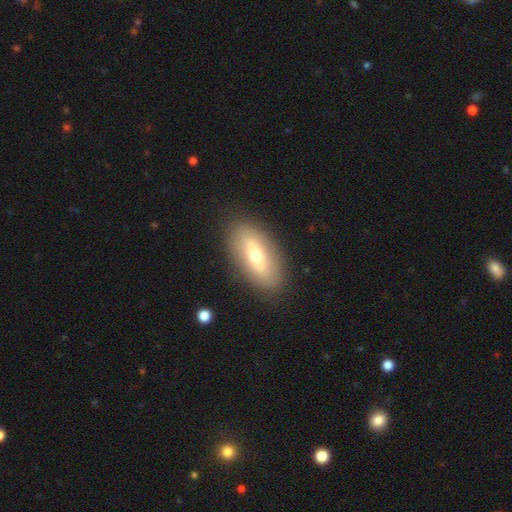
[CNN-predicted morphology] smooth 58%, featured or disk 34%, star or artifact 7%. Down the decision tree: how rounded — in between (83%); merging — none (86%).